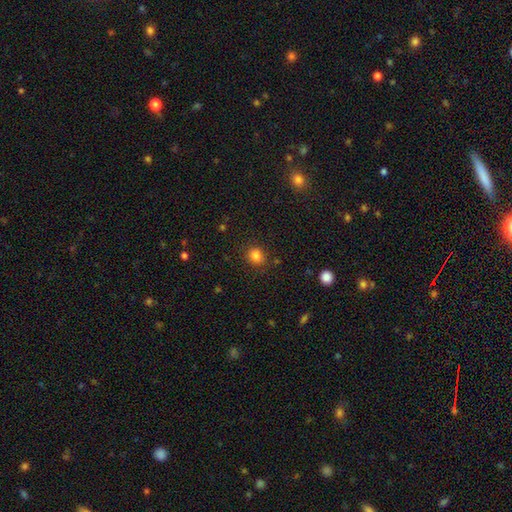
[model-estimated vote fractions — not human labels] Smooth or featured: smooth — 83% (star or artifact — 12%)
How rounded: round — 67% (in between — 32%)
Merging: none — 84% (minor disturbance — 11%)